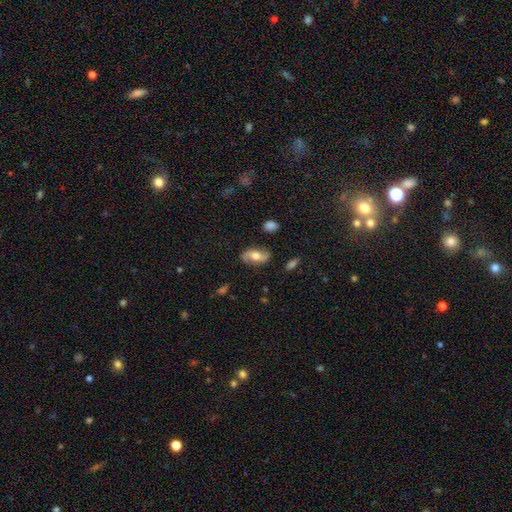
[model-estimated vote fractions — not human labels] smooth-or-featured: smooth: 47% | featured or disk: 46% | star or artifact: 7%
  merging: none: 81% | minor disturbance: 14% | major disturbance: 4% | merger: 2%